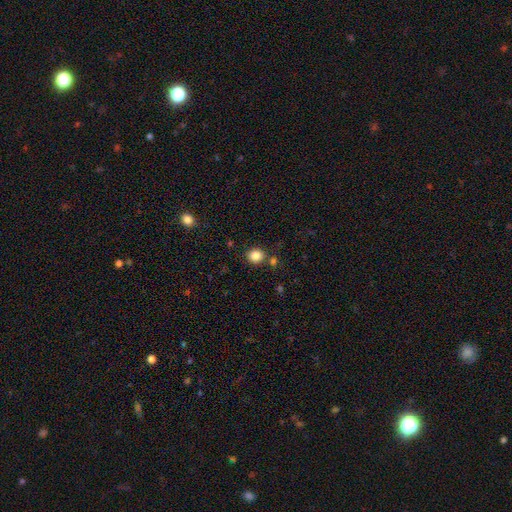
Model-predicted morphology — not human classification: Q: Smooth or featured?
A: smooth (85%); runner-up: star or artifact (11%)
Q: How rounded?
A: round (83%); runner-up: in between (16%)
Q: Merging?
A: none (81%); runner-up: minor disturbance (9%)